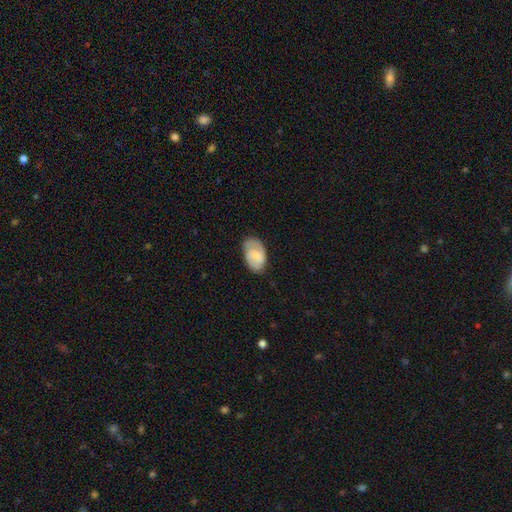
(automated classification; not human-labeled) Overall: smooth (54%; featured or disk 39%). How rounded: in between (90%). Merging: none (62%; minor disturbance 28%).